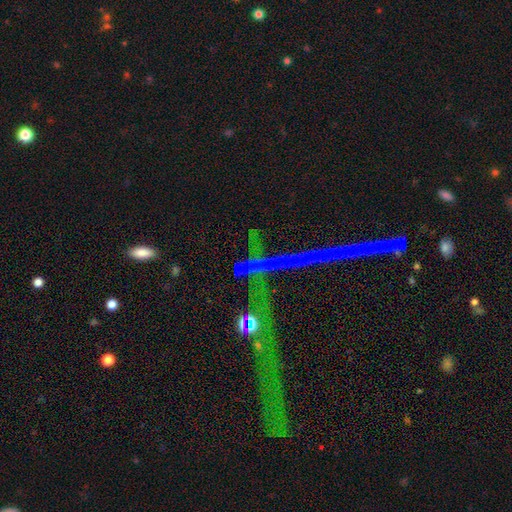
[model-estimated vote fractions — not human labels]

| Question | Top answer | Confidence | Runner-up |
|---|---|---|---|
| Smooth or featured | star or artifact | 72% | featured or disk (17%) |